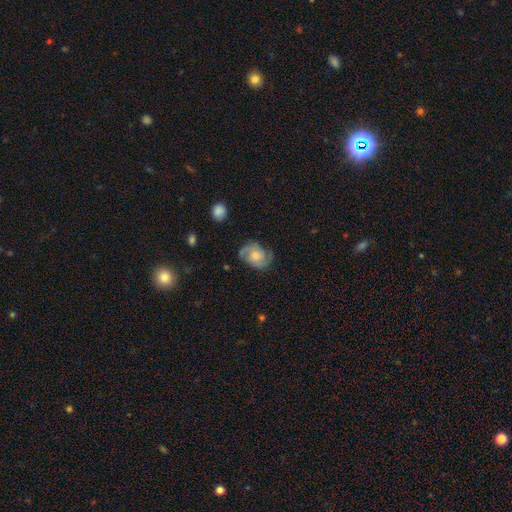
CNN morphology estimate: Smooth or featured? Predicted: featured or disk (p=0.66). Edge-on disk? Predicted: no (p=0.97). Bar? Predicted: no (p=0.72). Spiral arms? Predicted: yes (p=0.92). Spiral winding? Predicted: medium (p=0.46). Spiral arm count? Predicted: 2 (p=0.71). Bulge size? Predicted: moderate (p=0.53). Merging? Predicted: none (p=0.69).